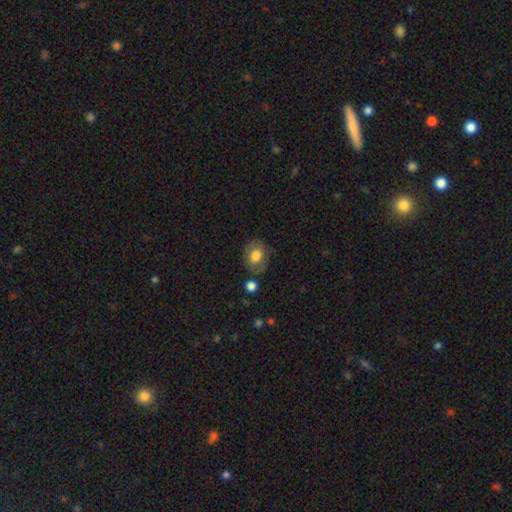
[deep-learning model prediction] This appears to be a smooth galaxy with no disk features (72%) that is in between round and cigar-shaped (56%). Merging: none (73%).